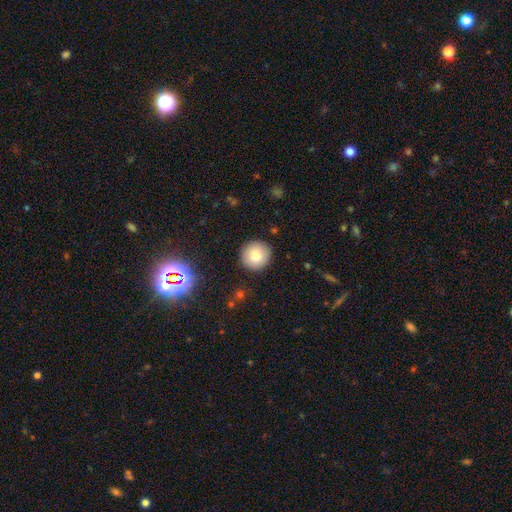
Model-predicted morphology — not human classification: smooth 81%, star or artifact 10%, featured or disk 9%. Down the decision tree: how rounded — round (94%); merging — none (91%).